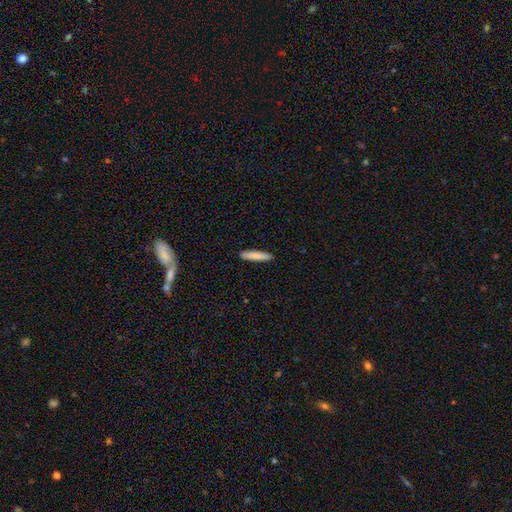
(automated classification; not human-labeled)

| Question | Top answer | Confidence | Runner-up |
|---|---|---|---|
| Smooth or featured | smooth | 84% | featured or disk (10%) |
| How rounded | cigar-shaped | 90% | in between (9%) |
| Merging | none | 91% | minor disturbance (6%) |